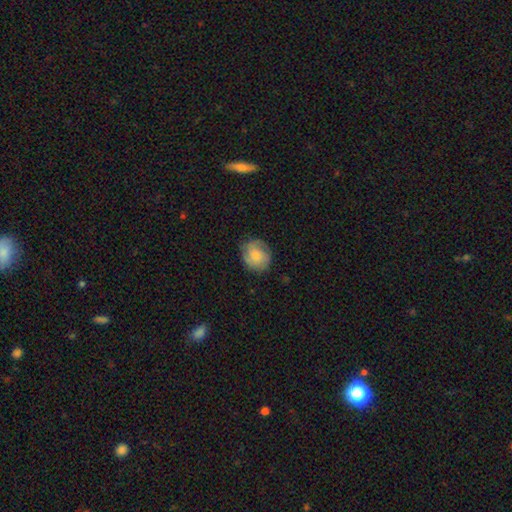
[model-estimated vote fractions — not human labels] Smooth or featured? Predicted: featured or disk (p=0.46, tied with smooth). Merging? Predicted: none (p=0.77).